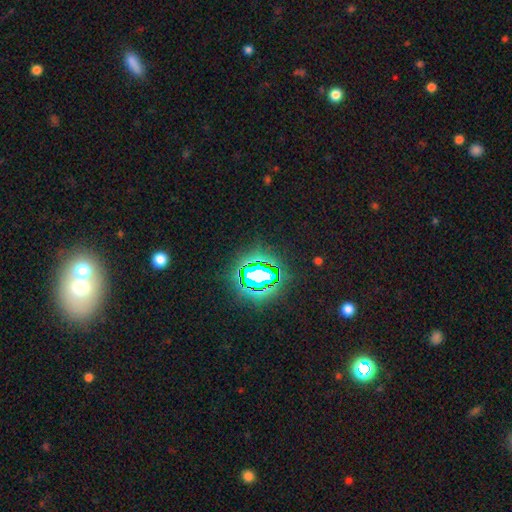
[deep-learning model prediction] The model was most divided on "smooth or featured": star or artifact: 77%, smooth: 14%, featured or disk: 8%.